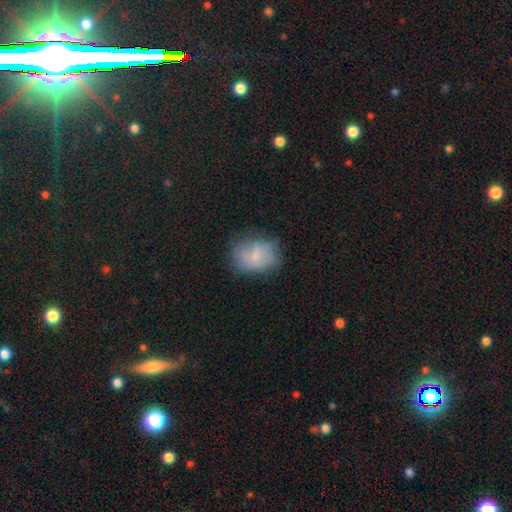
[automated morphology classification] Smooth or featured? Predicted: smooth (p=0.70). How rounded? Predicted: in between (p=0.60). Merging? Predicted: none (p=0.62).